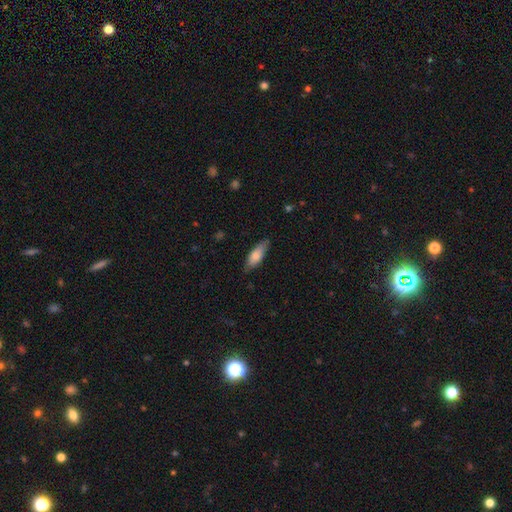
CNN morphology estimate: This is likely a smooth galaxy (74%). How rounded: likely in between (61%). Merging: likely none (79%).